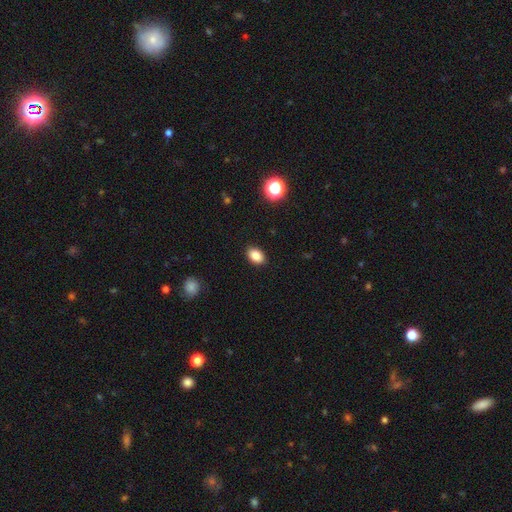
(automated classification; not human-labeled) Overall: smooth (86%). How rounded: in between (81%). Merging: none (89%).